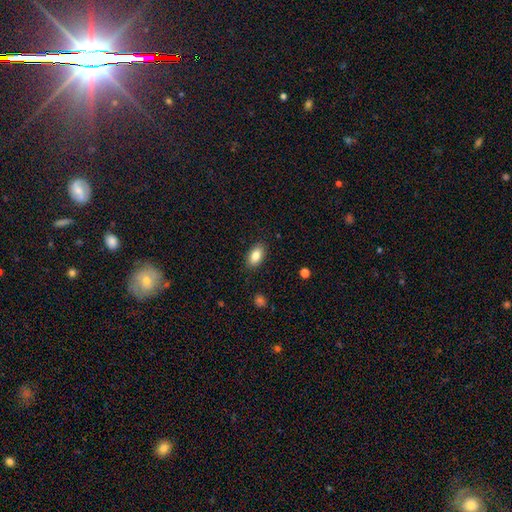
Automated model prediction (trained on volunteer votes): smooth_or_featured: smooth (p=0.84) [alt: featured or disk p=0.08]
how_rounded: in between (p=0.92) [alt: round p=0.06]
merging: none (p=0.87) [alt: minor disturbance p=0.10]